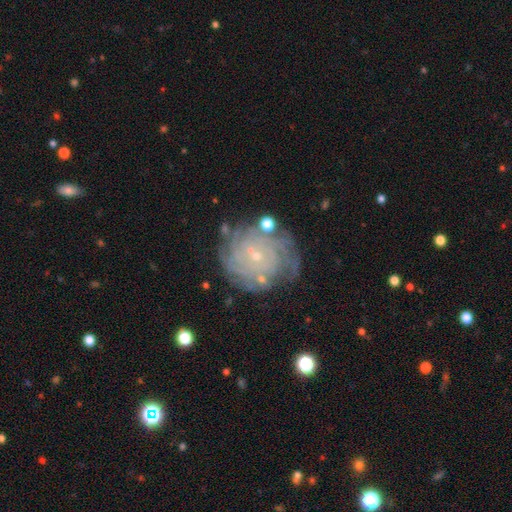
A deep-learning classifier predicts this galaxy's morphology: featured or disk 82%, smooth 10%, star or artifact 8%. Down the decision tree: edge-on disk — no (98%); bar — no (67%); spiral arms — yes (94%); spiral arm count — can't tell (39%); spiral winding — tight (80%); bulge size — small (87%); merging — none (72%).